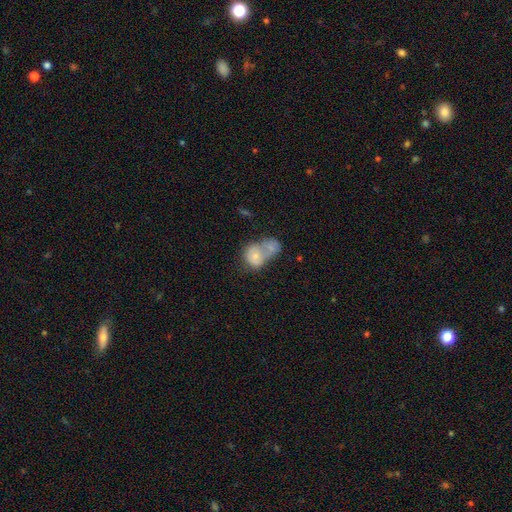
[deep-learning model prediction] Smooth or featured? smooth (70%)
How rounded? round (53%)
Merging? merger (72%)